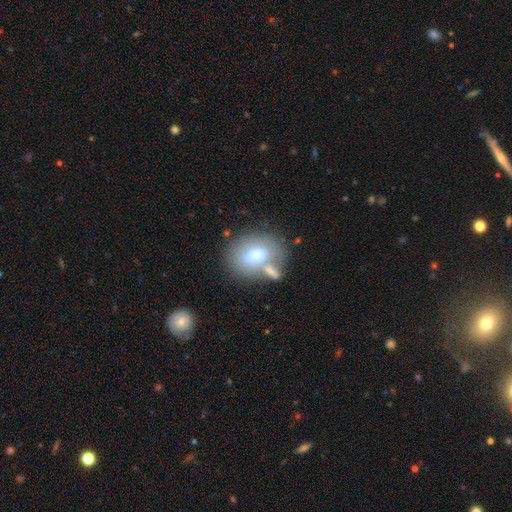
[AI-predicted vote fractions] smooth_or_featured: smooth (p=0.76) [alt: featured or disk p=0.17]
how_rounded: in between (p=0.69) [alt: round p=0.30]
merging: none (p=0.44) [alt: merger p=0.30]